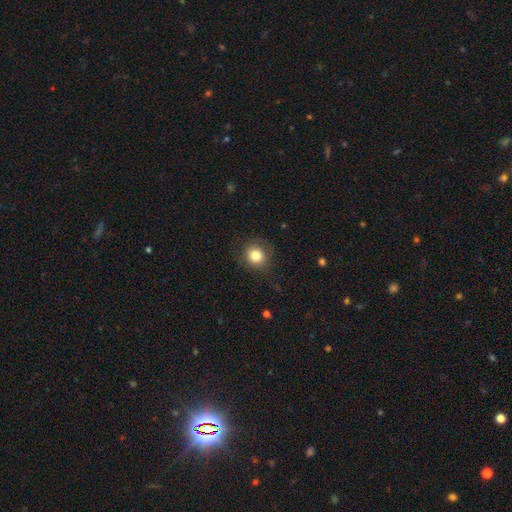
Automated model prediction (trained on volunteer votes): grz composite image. It shows a smooth galaxy with no disk features (82%) that is round (87%). Merging: none (85%).